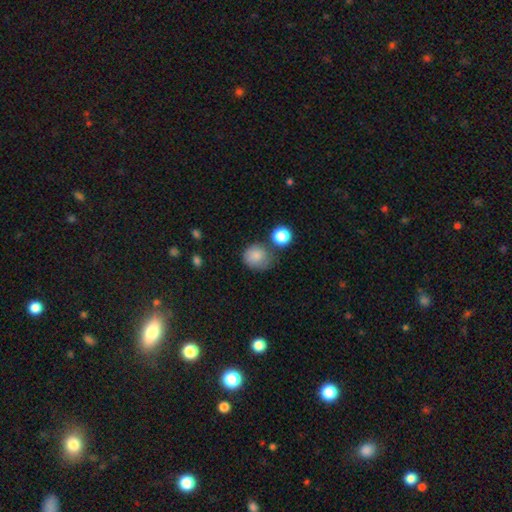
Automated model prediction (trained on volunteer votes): A smooth galaxy with no disk features (83%) that is round (79%).

Vote fractions:
- Smooth or featured? smooth: 83% / star or artifact: 9% / featured or disk: 7%
- How rounded? round: 79% / in between: 20% / cigar-shaped: 1%
- Merging? none: 59% / minor disturbance: 23% / merger: 10% / major disturbance: 8%